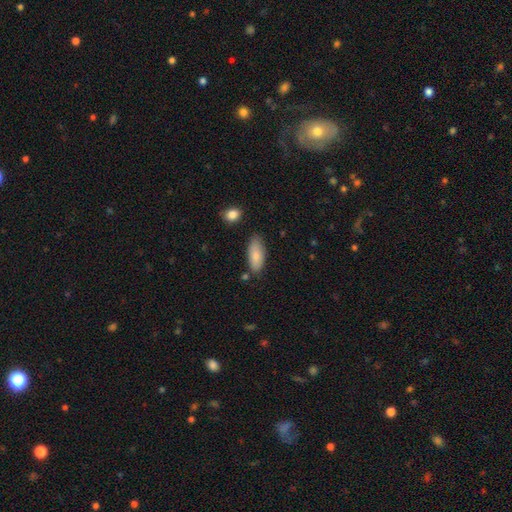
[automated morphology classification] Smooth or featured? Predicted: smooth (p=0.83). How rounded? Predicted: in between (p=0.85). Merging? Predicted: none (p=0.74).